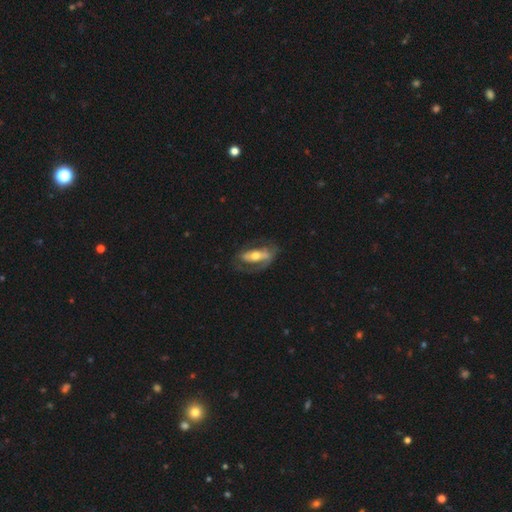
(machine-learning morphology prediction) Smooth or featured?
  - featured or disk: 63% *
  - smooth: 31%
  - star or artifact: 6%
Edge-on disk?
  - no: 84% *
  - yes: 16%
Bar?
  - no: 40% *
  - strong: 37%
  - weak: 23%
Spiral arms?
  - yes: 60% *
  - no: 40%
Bulge size?
  - moderate: 64% *
  - small: 22%
  - large: 11%
  - none: 2%
  - dominant: 2%
Merging?
  - none: 57% *
  - minor disturbance: 21%
  - major disturbance: 21%
  - merger: 2%